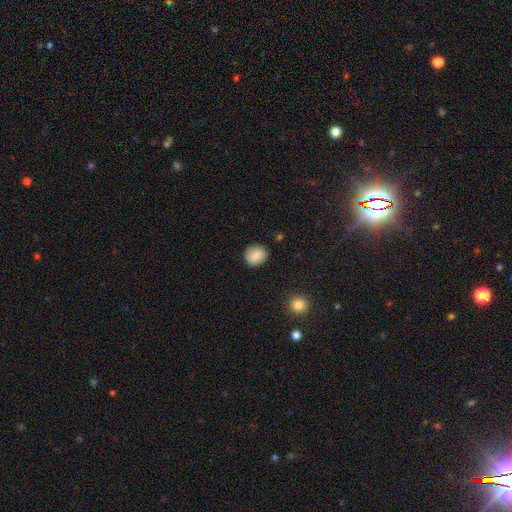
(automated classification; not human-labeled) smooth_or_featured: smooth (p=0.83) [alt: star or artifact p=0.09]
how_rounded: round (p=0.77) [alt: in between p=0.22]
merging: none (p=0.87) [alt: minor disturbance p=0.10]